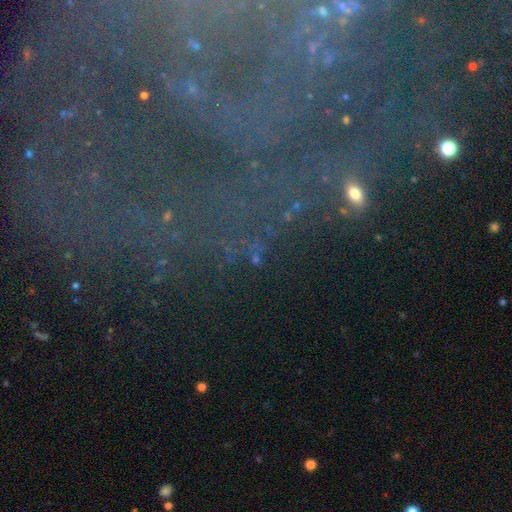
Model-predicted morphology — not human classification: smooth_or_featured: star or artifact (p=0.64) [alt: smooth p=0.19]